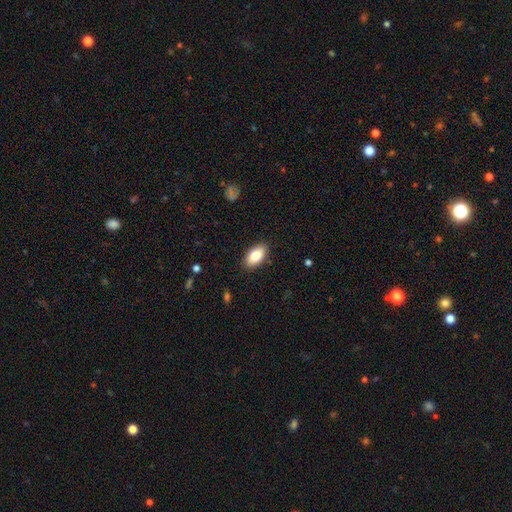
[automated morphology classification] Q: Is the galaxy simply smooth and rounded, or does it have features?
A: smooth — 83%.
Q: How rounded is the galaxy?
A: in between — 94%.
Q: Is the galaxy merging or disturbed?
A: none — 88%.